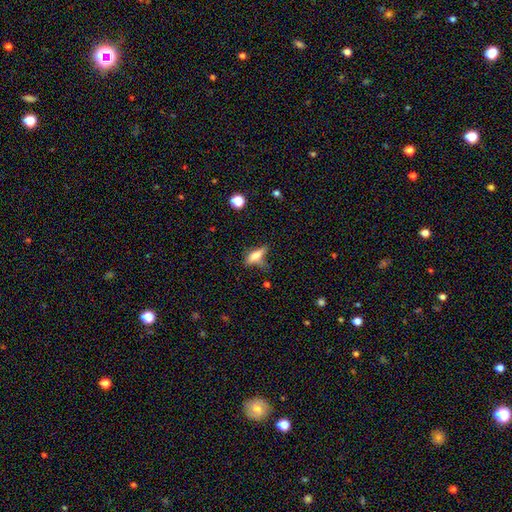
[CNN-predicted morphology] Smooth or featured?
  - smooth: 62% *
  - featured or disk: 28%
  - star or artifact: 11%
How rounded?
  - in between: 53% *
  - cigar-shaped: 43%
  - round: 4%
Merging?
  - none: 44% *
  - minor disturbance: 28%
  - major disturbance: 19%
  - merger: 9%